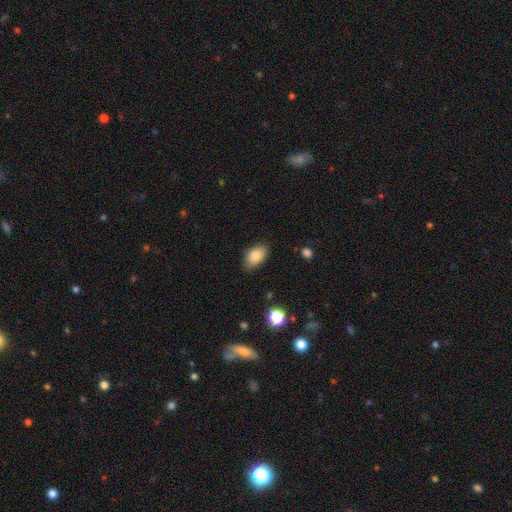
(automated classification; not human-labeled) Smooth or featured: smooth — 85% (star or artifact — 8%)
How rounded: in between — 90% (round — 8%)
Merging: none — 79% (minor disturbance — 16%)